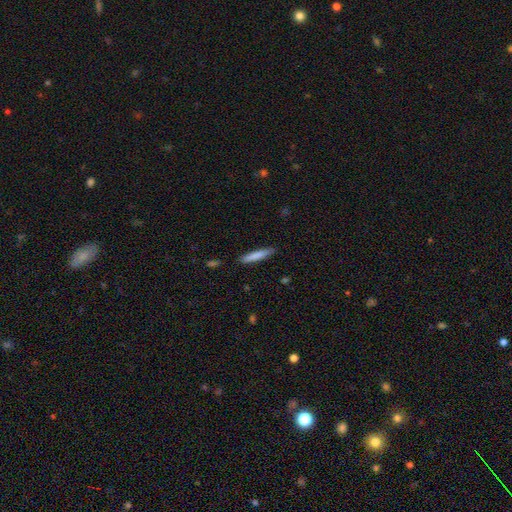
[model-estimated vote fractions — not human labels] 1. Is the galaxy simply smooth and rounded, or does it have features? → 82% smooth, 12% featured or disk, 6% star or artifact.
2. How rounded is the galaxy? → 91% cigar-shaped, 8% in between, 1% round.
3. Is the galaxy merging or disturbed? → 87% none, 10% minor disturbance, 2% major disturbance, 1% merger.